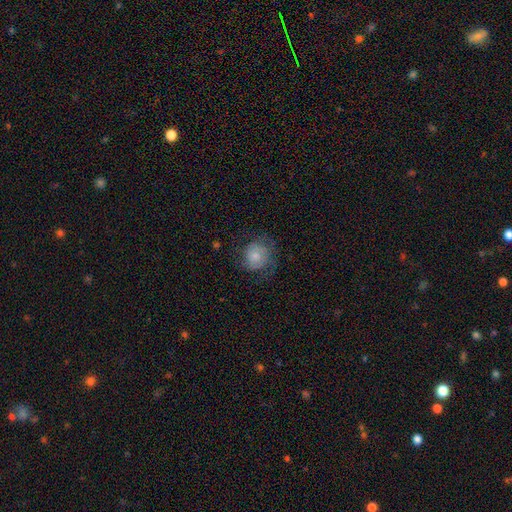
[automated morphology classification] smooth-or-featured: smooth: 64% | featured or disk: 28% | star or artifact: 8%
  how-rounded: round: 84% | in between: 15% | cigar-shaped: 1%
  merging: none: 62% | minor disturbance: 22% | major disturbance: 15% | merger: 1%